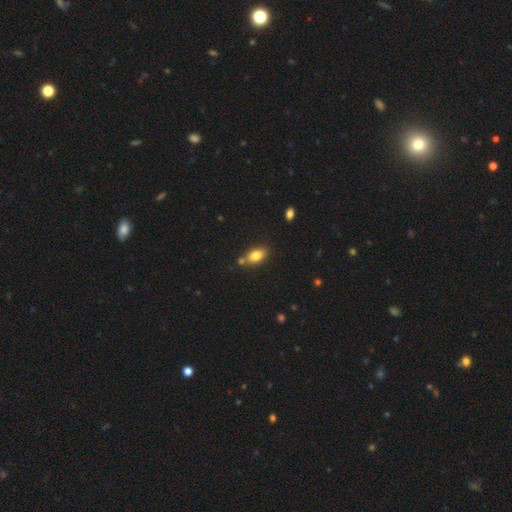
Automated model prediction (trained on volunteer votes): This is likely a smooth galaxy (79%). How rounded: clearly in between (86%). Merging: likely none (69%).